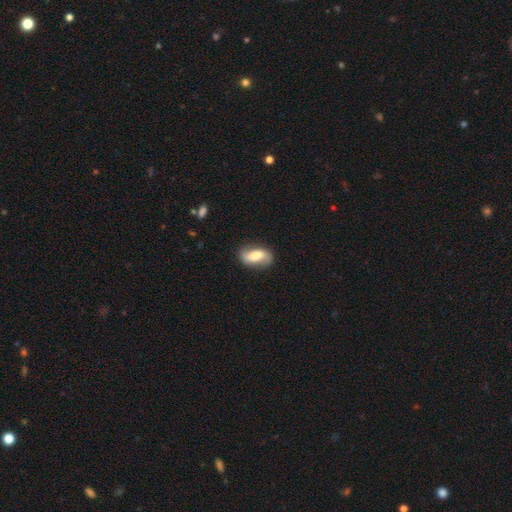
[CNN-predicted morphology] A featured or disk galaxy (50%).

Vote fractions:
- Smooth or featured? featured or disk: 50% / smooth: 42% / star or artifact: 7%
- Edge-on disk? no: 94% / yes: 6%
- Merging? none: 77% / minor disturbance: 17% / major disturbance: 5% / merger: 1%